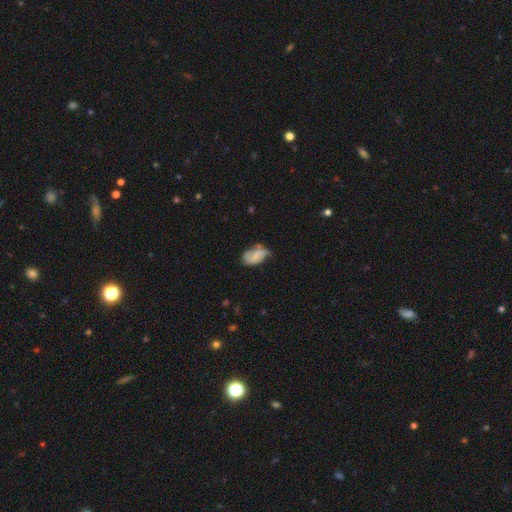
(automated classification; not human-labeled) Smooth or featured: smooth — 55% (featured or disk — 37%)
How rounded: in between — 91% (round — 7%)
Merging: none — 40% (minor disturbance — 39%)